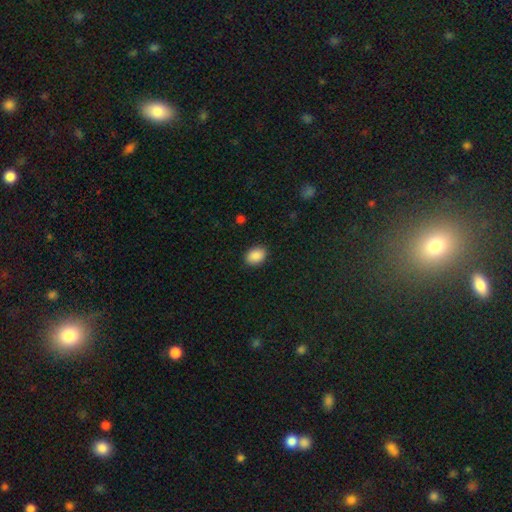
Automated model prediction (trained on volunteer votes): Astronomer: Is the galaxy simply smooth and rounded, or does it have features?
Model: smooth — 90%.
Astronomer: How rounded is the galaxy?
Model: in between — 73%.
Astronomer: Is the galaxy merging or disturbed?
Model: none — 89%.